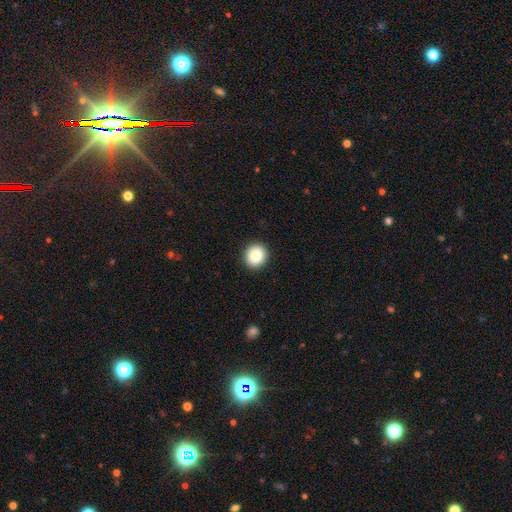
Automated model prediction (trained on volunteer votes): Morphology: type=smooth (86%); roundness=round (85%); merging=none (93%).